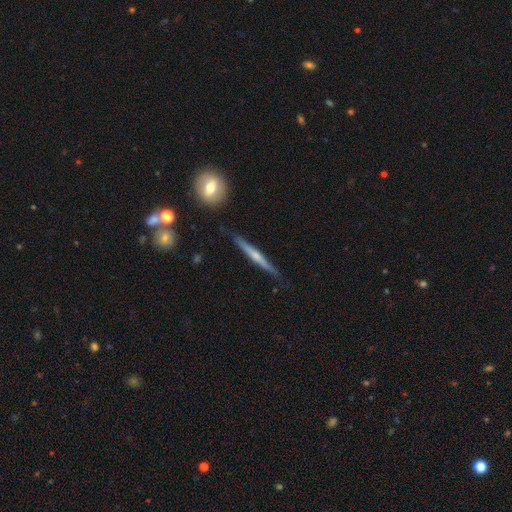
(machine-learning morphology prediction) Smooth or featured: featured or disk — 67% (smooth — 27%)
Edge-on disk: yes — 97% (no — 3%)
Edge-on bulge: rounded — 65% (none — 28%)
Merging: none — 87% (minor disturbance — 10%)